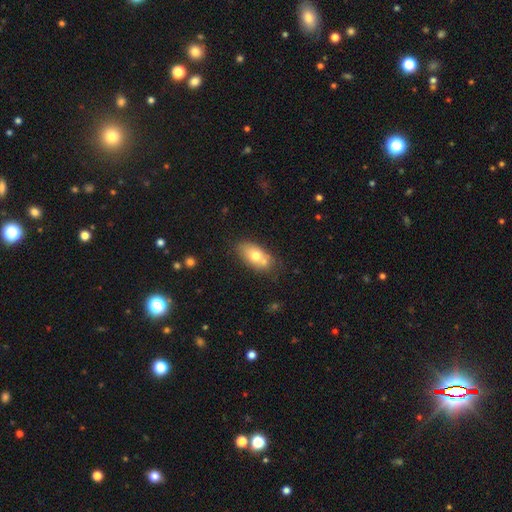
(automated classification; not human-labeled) Morphology: type=smooth (69%); roundness=in between (88%); merging=none (60%).